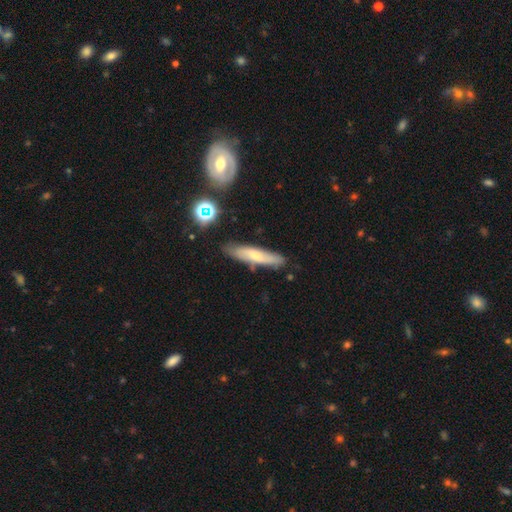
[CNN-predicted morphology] Smooth or featured: smooth — 57% (featured or disk — 34%)
How rounded: cigar-shaped — 80% (in between — 18%)
Merging: none — 78% (minor disturbance — 16%)